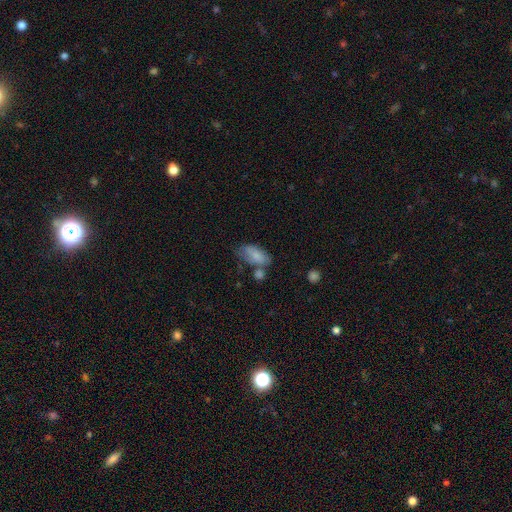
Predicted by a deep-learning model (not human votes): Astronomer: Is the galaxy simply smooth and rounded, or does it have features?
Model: smooth — 76%.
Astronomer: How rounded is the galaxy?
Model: in between — 91%.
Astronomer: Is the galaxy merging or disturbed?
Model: none — 40% (runner-up: minor disturbance, 27%).